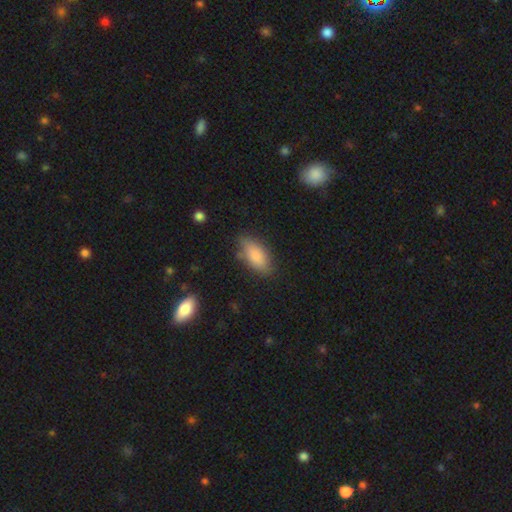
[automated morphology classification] Smooth or featured: smooth — 82% (featured or disk — 11%)
How rounded: in between — 86% (cigar-shaped — 12%)
Merging: none — 74% (minor disturbance — 20%)